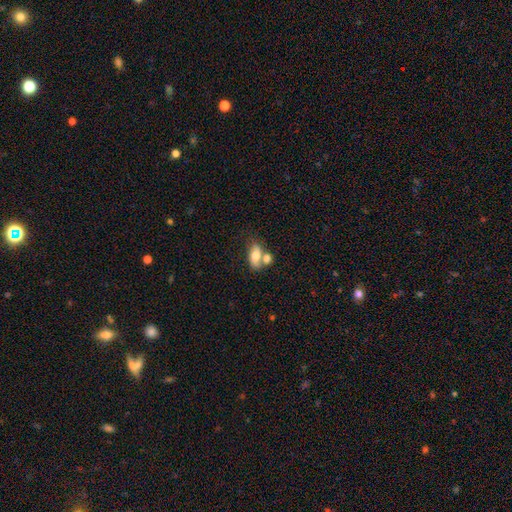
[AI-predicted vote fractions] The model was most divided on "merging": merger: 46%, none: 36%, minor disturbance: 12%, major disturbance: 6%. More confident: how rounded — in between (85%); smooth or featured — smooth (67%).